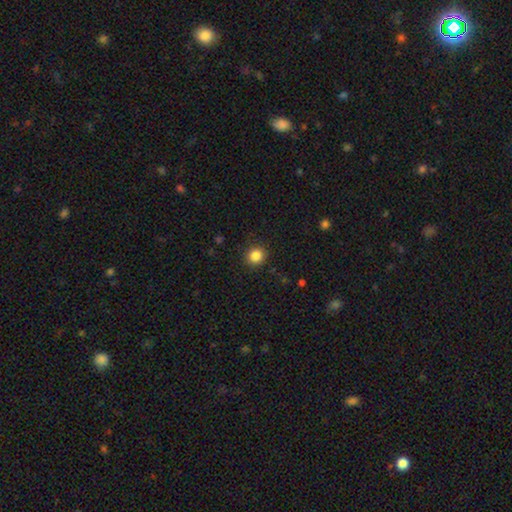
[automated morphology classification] Smooth or featured: smooth — 85% (star or artifact — 11%)
How rounded: round — 90% (in between — 9%)
Merging: none — 91% (minor disturbance — 6%)